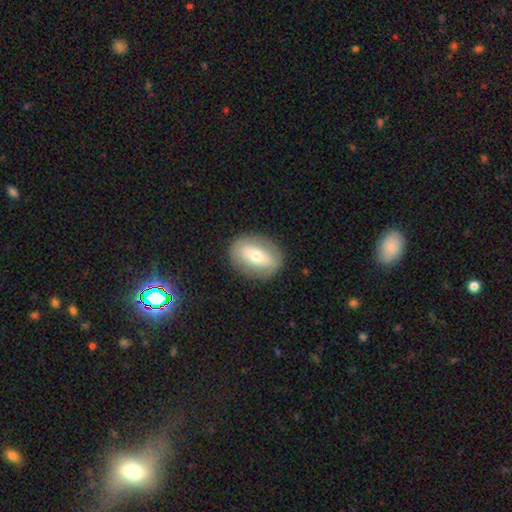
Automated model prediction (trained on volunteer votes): Q: Smooth or featured?
A: smooth (54%); runner-up: featured or disk (39%)
Q: How rounded?
A: in between (70%); runner-up: round (28%)
Q: Merging?
A: none (84%); runner-up: minor disturbance (10%)